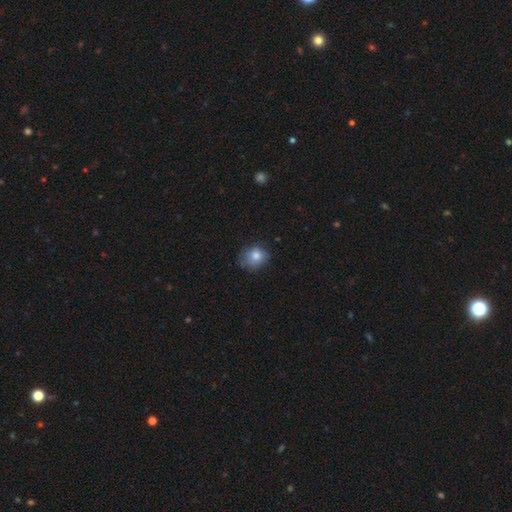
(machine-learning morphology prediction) This appears to be a smooth galaxy with no disk features (79%) that is round (71%). Merging: none (64%).